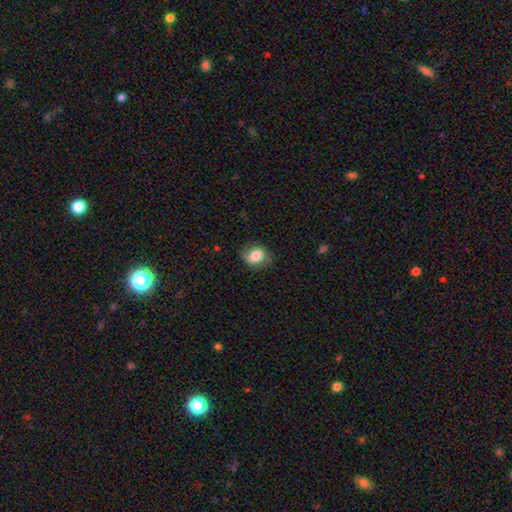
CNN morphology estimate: This is likely a smooth galaxy (71%). How rounded: possibly in between (52%). Merging: likely none (76%).